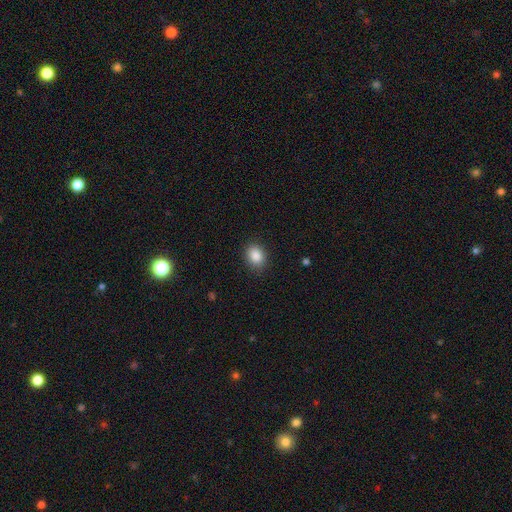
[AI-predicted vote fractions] Overall: smooth (87%). How rounded: in between (53%; round 46%). Merging: none (87%).